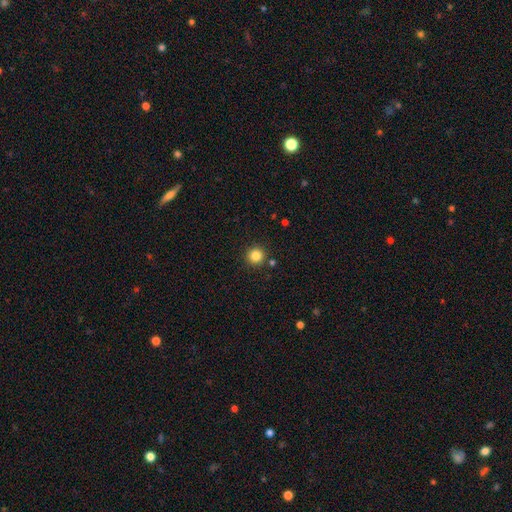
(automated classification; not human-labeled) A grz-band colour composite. It shows a smooth galaxy with no disk features (84%) that is round (95%). Merging: none (89%).